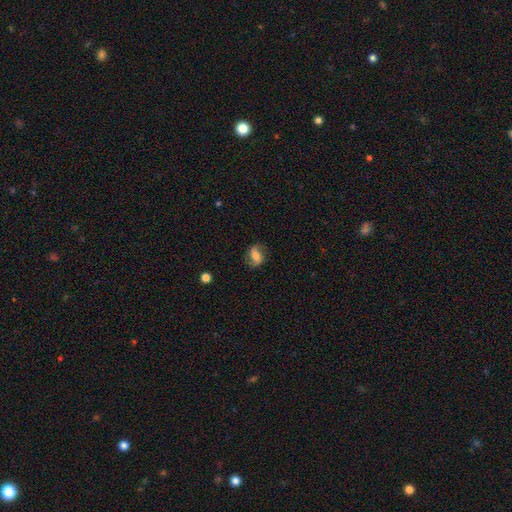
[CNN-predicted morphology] This appears to be a featured or disk galaxy (53%). Merging: none (77%).